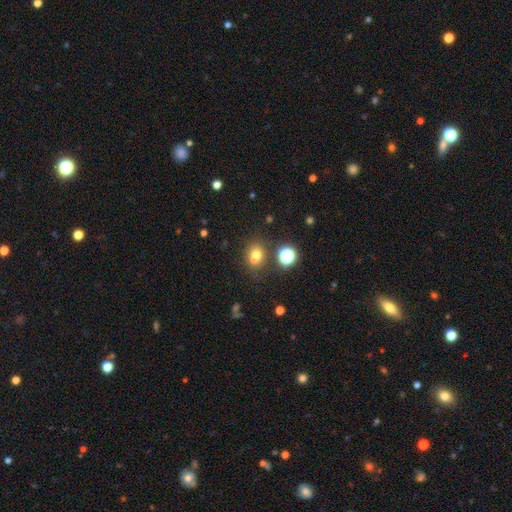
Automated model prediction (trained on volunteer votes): Q: Smooth or featured?
A: smooth (69%); runner-up: star or artifact (19%)
Q: How rounded?
A: round (54%); runner-up: in between (45%)
Q: Merging?
A: none (54%); runner-up: merger (28%)